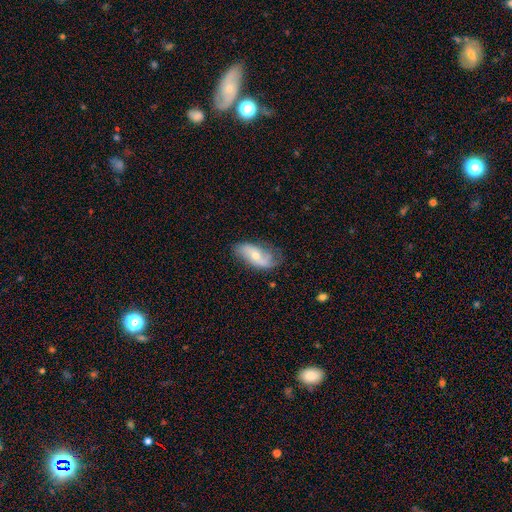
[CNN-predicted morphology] Smooth or featured? Predicted: featured or disk (p=0.58). Edge-on disk? Predicted: no (p=0.91). Bar? Predicted: no (p=0.55). Spiral arms? Predicted: yes (p=0.83). Bulge size? Predicted: small (p=0.50). Merging? Predicted: none (p=0.61).